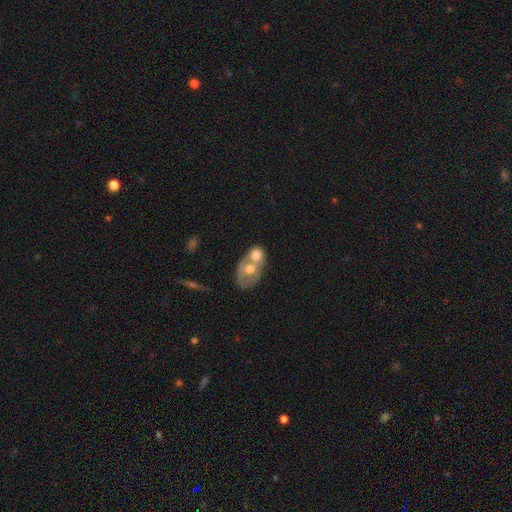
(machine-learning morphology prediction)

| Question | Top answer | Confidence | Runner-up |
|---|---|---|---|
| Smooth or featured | smooth | 55% | featured or disk (38%) |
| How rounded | in between | 62% | round (36%) |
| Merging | merger | 72% | none (17%) |